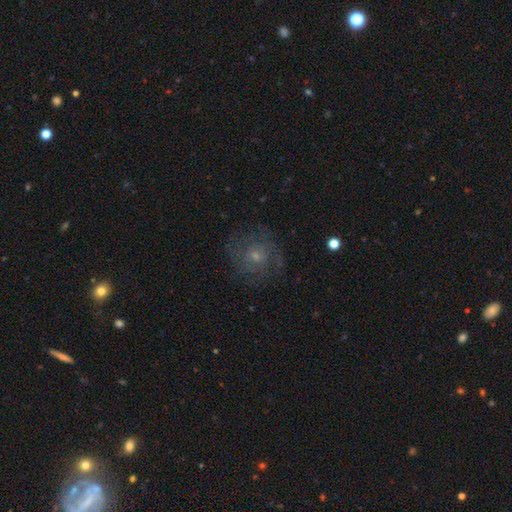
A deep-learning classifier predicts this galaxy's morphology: Q: Smooth or featured?
A: featured or disk (52%); runner-up: smooth (34%)
Q: Edge-on disk?
A: no (97%); runner-up: yes (3%)
Q: Bar?
A: no (76%); runner-up: weak (21%)
Q: Spiral arms?
A: yes (71%); runner-up: no (29%)
Q: Bulge size?
A: small (63%); runner-up: moderate (29%)
Q: Merging?
A: none (72%); runner-up: minor disturbance (15%)